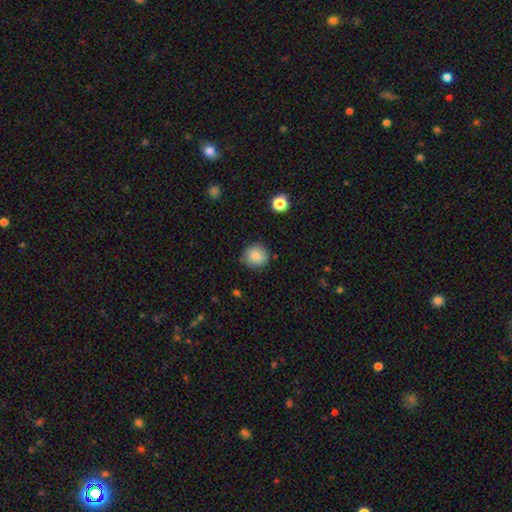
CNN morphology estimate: Smooth or featured? Predicted: smooth (p=0.84). How rounded? Predicted: round (p=0.92). Merging? Predicted: none (p=0.84).